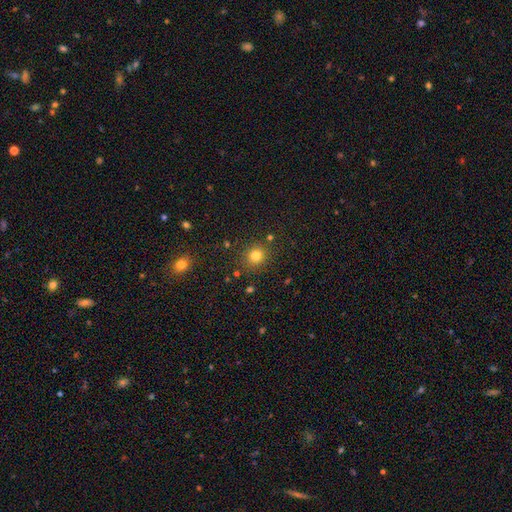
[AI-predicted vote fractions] smooth-or-featured: smooth: 79% | star or artifact: 15% | featured or disk: 6%
  how-rounded: round: 86% | in between: 14% | cigar-shaped: 1%
  merging: none: 85% | minor disturbance: 8% | merger: 4% | major disturbance: 3%